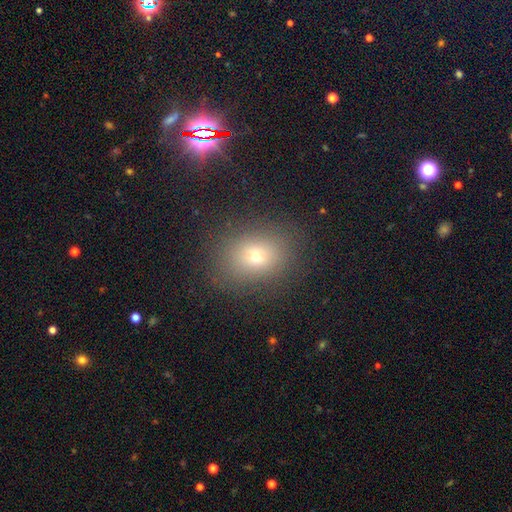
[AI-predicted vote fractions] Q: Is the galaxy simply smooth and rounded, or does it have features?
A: smooth — 67%.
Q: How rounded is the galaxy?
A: round — 55%.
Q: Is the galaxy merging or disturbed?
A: none — 83%.